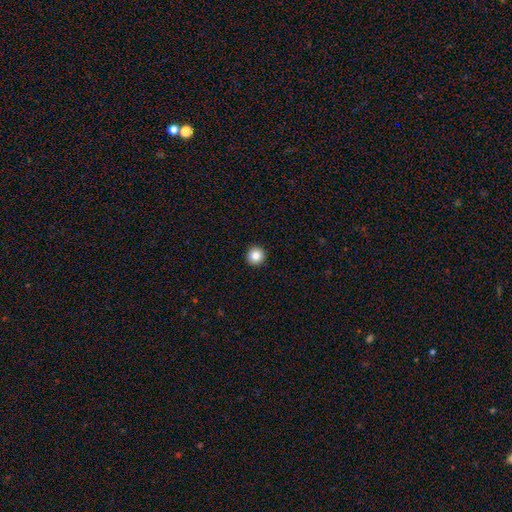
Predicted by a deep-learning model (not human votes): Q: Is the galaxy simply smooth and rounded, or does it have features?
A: smooth — 85%.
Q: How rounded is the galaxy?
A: round — 96%.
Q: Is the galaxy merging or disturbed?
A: none — 94%.